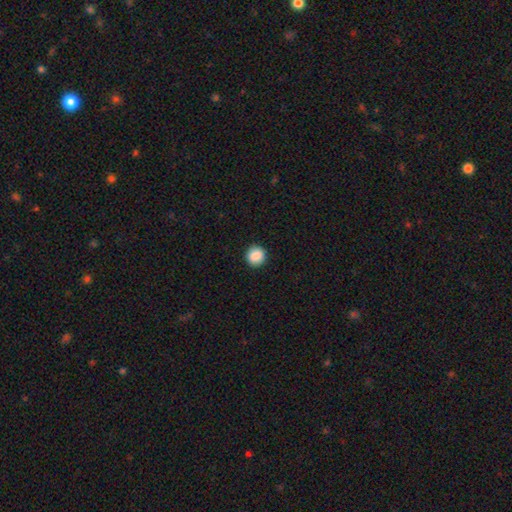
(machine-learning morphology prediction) This appears to be a smooth galaxy with no disk features (88%) that is round (91%). Merging: none (92%).